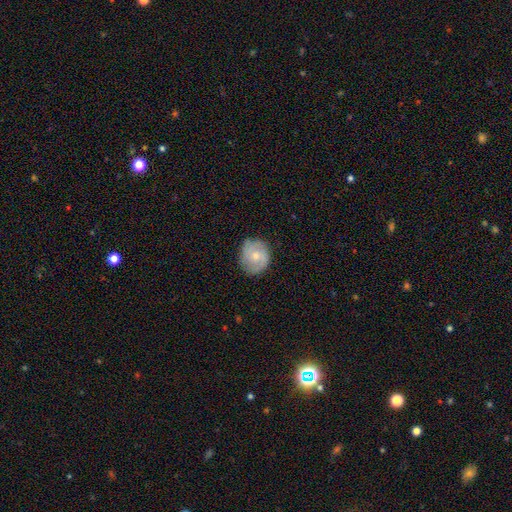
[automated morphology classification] Smooth or featured: featured or disk — 53% (smooth — 40%)
Edge-on disk: no — 97% (yes — 3%)
Bar: no — 72% (weak — 24%)
Spiral arms: yes — 83% (no — 17%)
Bulge size: moderate — 52% (small — 43%)
Merging: none — 75% (minor disturbance — 19%)